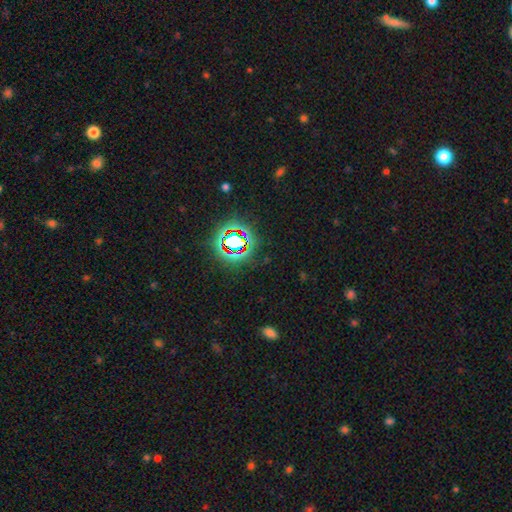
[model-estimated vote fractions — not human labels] star or artifact 76%, smooth 14%, featured or disk 9%.